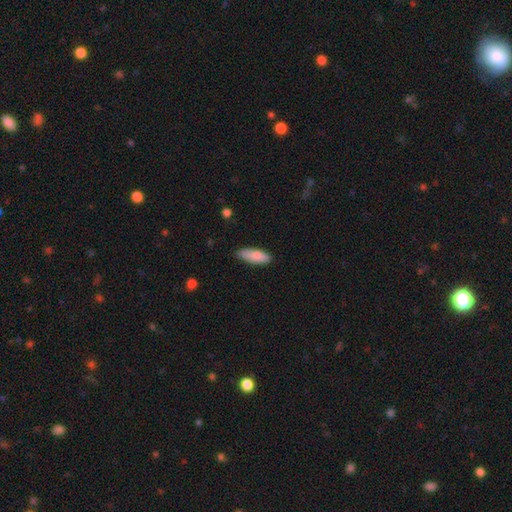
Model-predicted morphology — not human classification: A smooth galaxy with no disk features (85%) that is in between round and cigar-shaped (61%).

Vote fractions:
- Smooth or featured? smooth: 85% / featured or disk: 9% / star or artifact: 6%
- How rounded? in between: 61% / cigar-shaped: 37% / round: 2%
- Merging? none: 82% / minor disturbance: 15% / major disturbance: 2% / merger: 1%